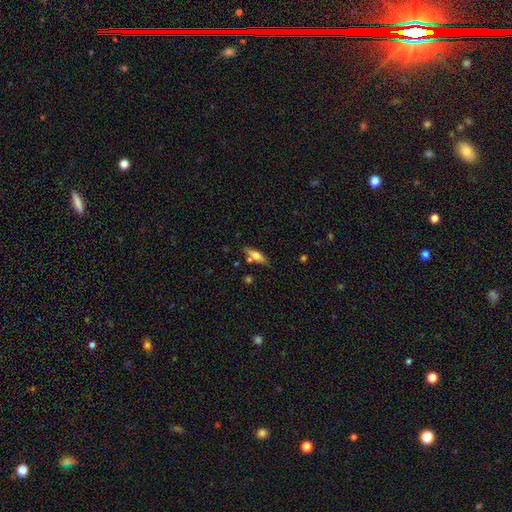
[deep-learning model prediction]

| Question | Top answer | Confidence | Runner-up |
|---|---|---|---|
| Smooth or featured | smooth | 57% | featured or disk (35%) |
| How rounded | cigar-shaped | 51% | in between (46%) |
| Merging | none | 71% | minor disturbance (15%) |